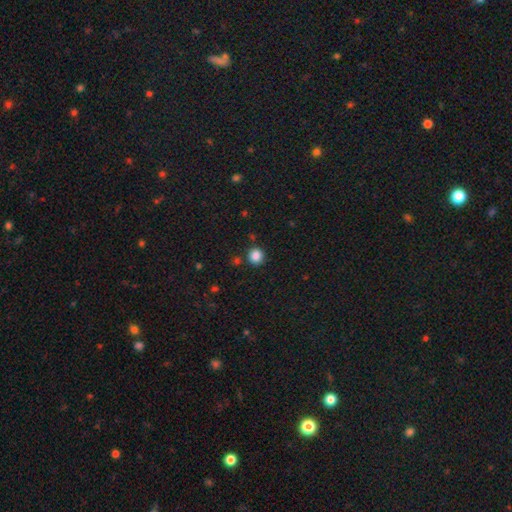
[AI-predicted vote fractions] A smooth galaxy with no disk features (85%) that is round (90%).

Vote fractions:
- Smooth or featured? smooth: 85% / star or artifact: 11% / featured or disk: 3%
- How rounded? round: 90% / in between: 9% / cigar-shaped: 1%
- Merging? none: 87% / minor disturbance: 7% / merger: 4% / major disturbance: 2%